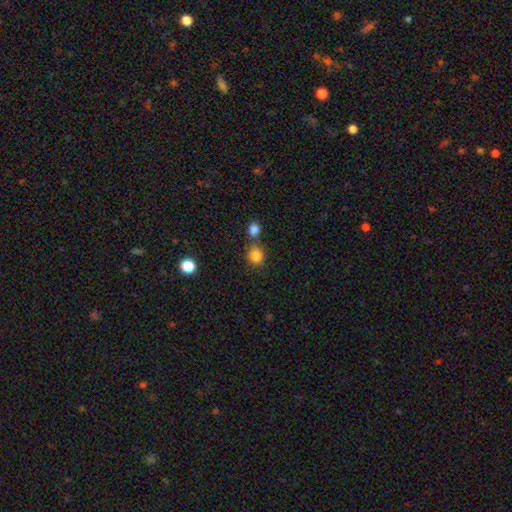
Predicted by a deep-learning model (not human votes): This appears to be a smooth galaxy with no disk features (84%) that is round (83%). Merging: none (67%).